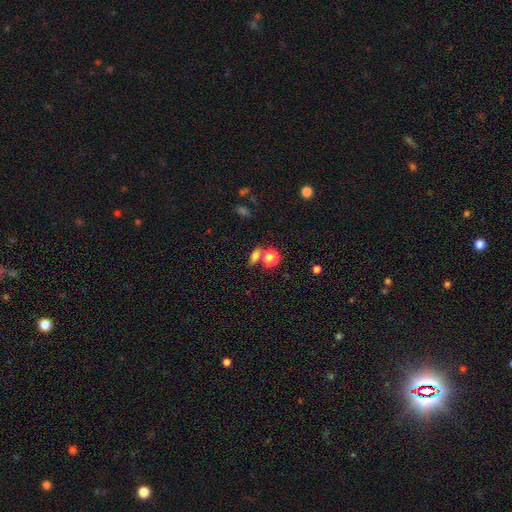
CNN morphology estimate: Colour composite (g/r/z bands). It shows a smooth galaxy with no disk features (70%) that is in between round and cigar-shaped (62%). Merging: none (63%).